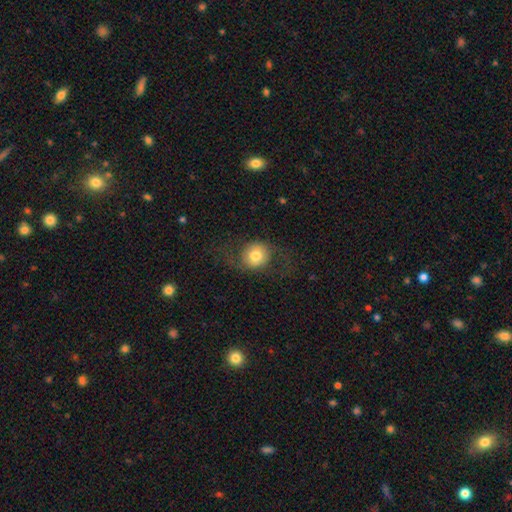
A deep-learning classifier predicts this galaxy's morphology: smooth_or_featured: smooth (p=0.61) [alt: featured or disk p=0.31]
how_rounded: round (p=0.78) [alt: in between p=0.21]
merging: none (p=0.62) [alt: major disturbance p=0.20]